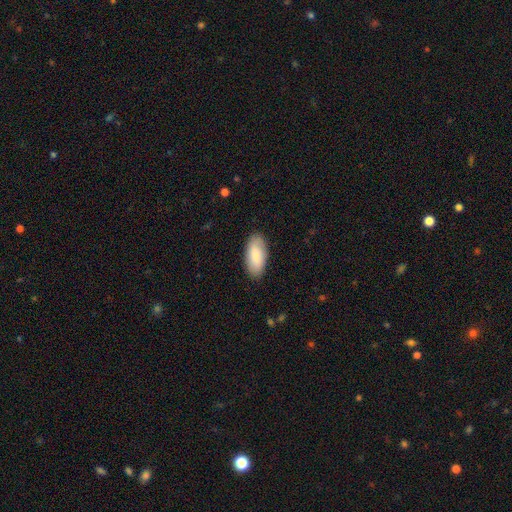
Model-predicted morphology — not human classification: Smooth or featured?
  - smooth: 86% *
  - featured or disk: 9%
  - star or artifact: 5%
How rounded?
  - in between: 92% *
  - cigar-shaped: 6%
  - round: 2%
Merging?
  - none: 88% *
  - minor disturbance: 9%
  - major disturbance: 2%
  - merger: 1%